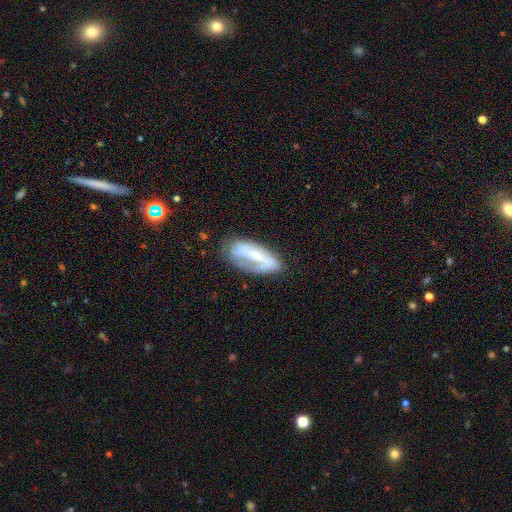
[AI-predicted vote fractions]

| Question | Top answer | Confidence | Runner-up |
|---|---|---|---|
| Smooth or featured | featured or disk | 61% | smooth (32%) |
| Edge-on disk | no | 86% | yes (14%) |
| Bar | strong | 42% | weak (32%) |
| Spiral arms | yes | 66% | no (34%) |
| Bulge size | small | 51% | moderate (34%) |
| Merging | none | 59% | minor disturbance (25%) |